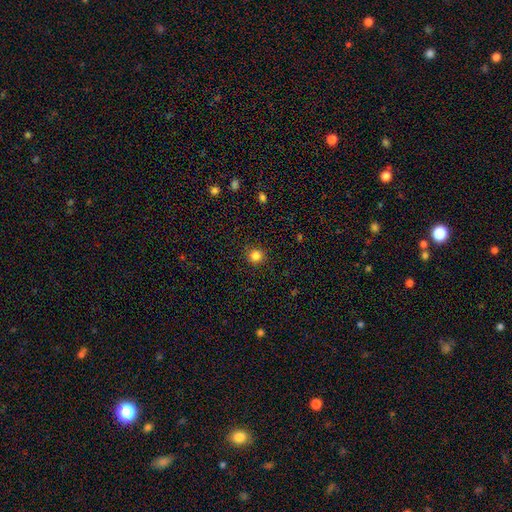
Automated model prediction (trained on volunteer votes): smooth_or_featured: smooth (p=0.83) [alt: star or artifact p=0.12]
how_rounded: round (p=0.90) [alt: in between p=0.09]
merging: none (p=0.90) [alt: minor disturbance p=0.07]